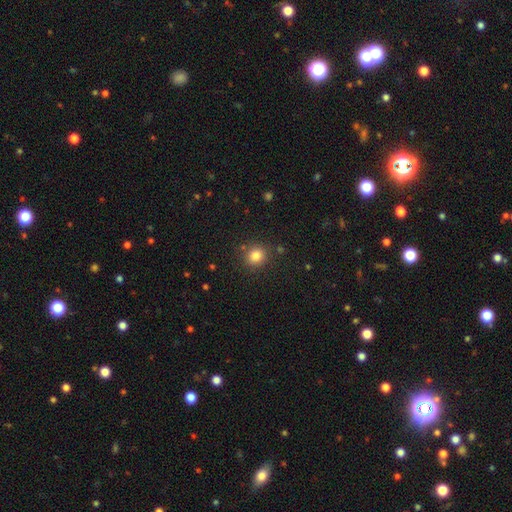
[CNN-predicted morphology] Overall: smooth (82%). How rounded: round (86%). Merging: none (85%).